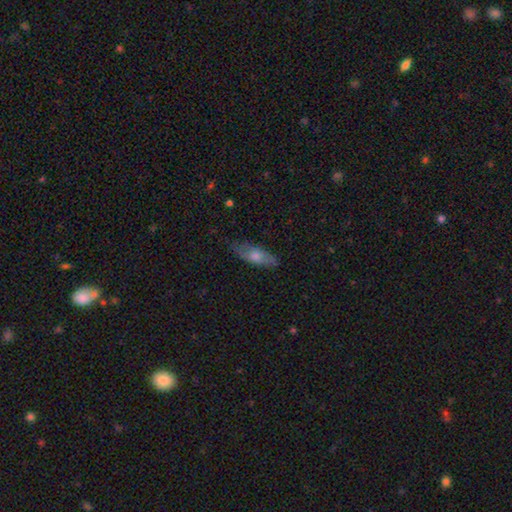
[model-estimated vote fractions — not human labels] Smooth or featured: smooth — 55% (featured or disk — 39%)
How rounded: in between — 58% (cigar-shaped — 39%)
Merging: none — 79% (minor disturbance — 16%)